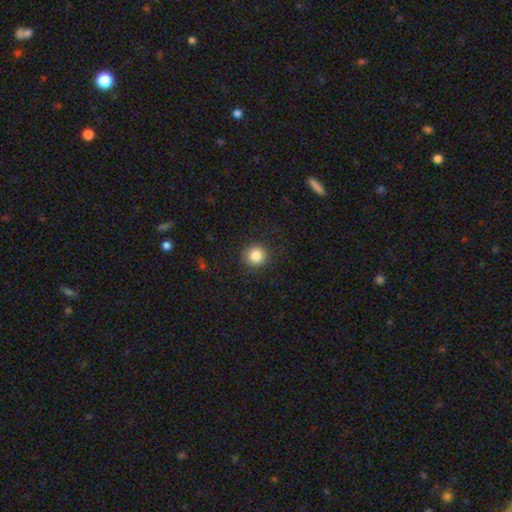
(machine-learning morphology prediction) type=smooth (85%); roundness=round (93%); merging=none (89%).